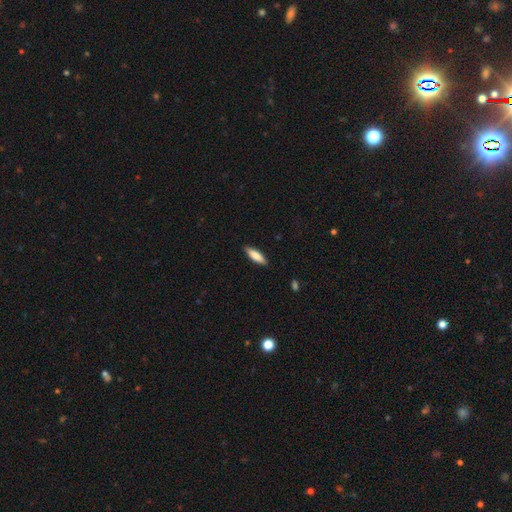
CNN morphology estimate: Smooth or featured: smooth — 78% (featured or disk — 17%)
How rounded: cigar-shaped — 58% (in between — 40%)
Merging: none — 88% (minor disturbance — 9%)